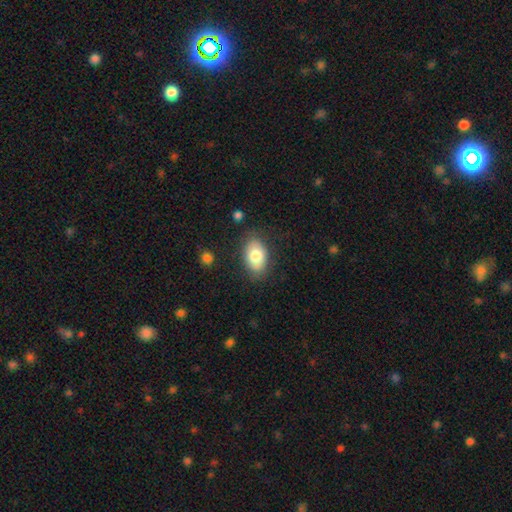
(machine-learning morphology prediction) smooth-or-featured: smooth: 78% | featured or disk: 15% | star or artifact: 7%
  how-rounded: in between: 89% | round: 9% | cigar-shaped: 1%
  merging: none: 81% | minor disturbance: 14% | major disturbance: 4% | merger: 2%